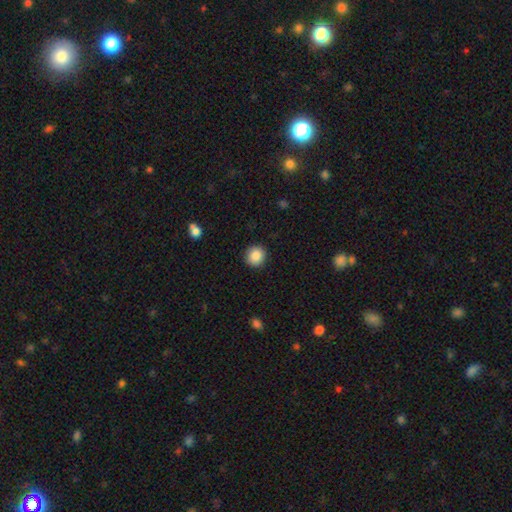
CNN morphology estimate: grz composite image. It shows a smooth galaxy with no disk features (87%) that is round (91%). Merging: none (92%).